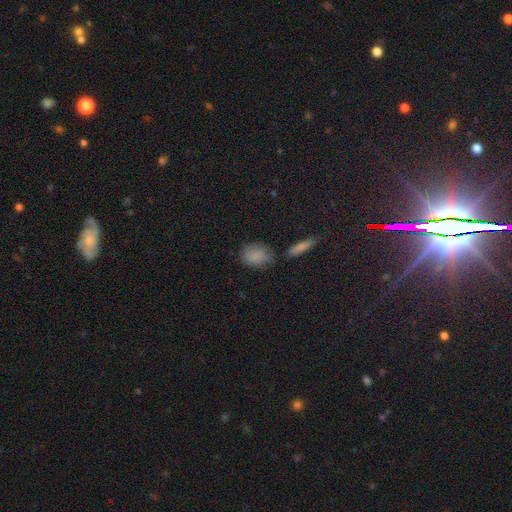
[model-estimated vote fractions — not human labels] smooth_or_featured: smooth (p=0.85) [alt: star or artifact p=0.08]
how_rounded: in between (p=0.69) [alt: round p=0.27]
merging: none (p=0.69) [alt: minor disturbance p=0.18]